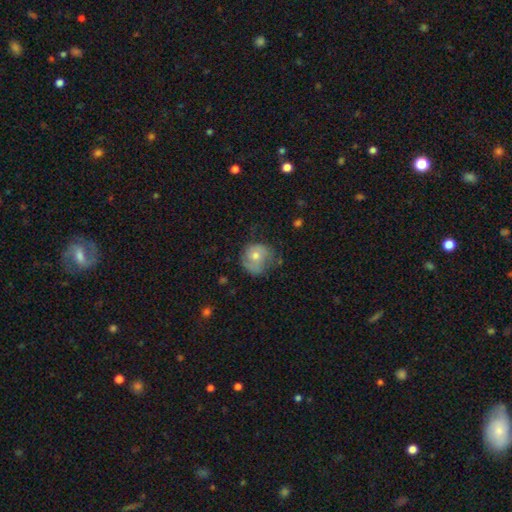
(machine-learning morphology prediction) Smooth or featured? smooth (54%)
How rounded? round (75%)
Merging? none (50%)